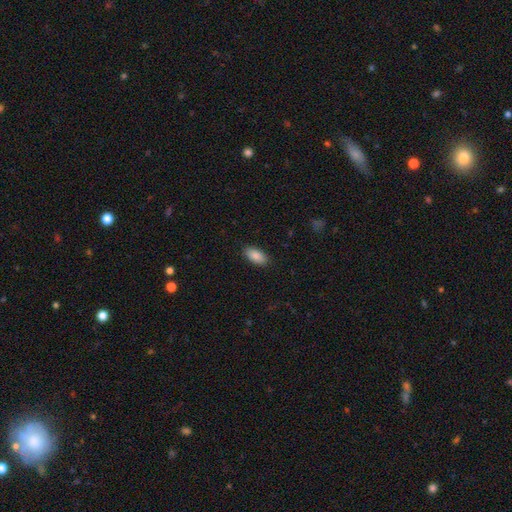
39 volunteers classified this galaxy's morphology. Smooth or featured? 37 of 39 (95%) said smooth. How rounded? 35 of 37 (95%) said in between. Merging? 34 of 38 (89%) said none.